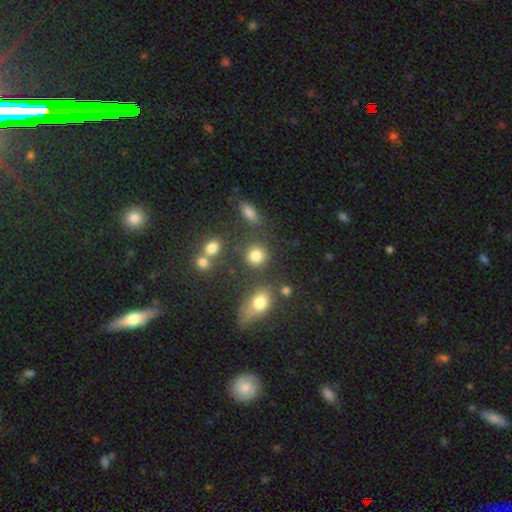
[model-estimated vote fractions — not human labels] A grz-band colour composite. It shows a smooth galaxy with no disk features (79%) that is round (80%). Merging: none (71%).